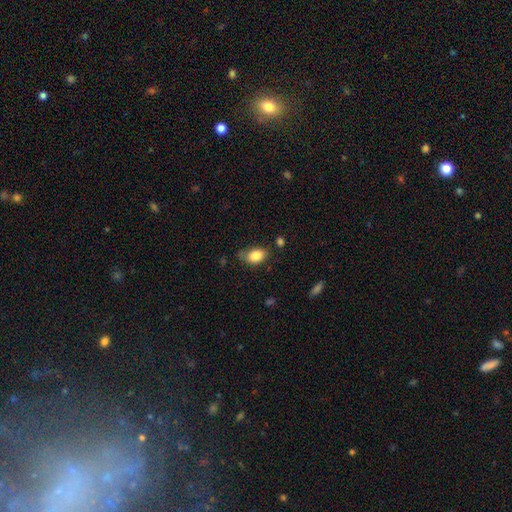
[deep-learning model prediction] Morphology: type=smooth (85%); roundness=in between (85%); merging=none (61%).